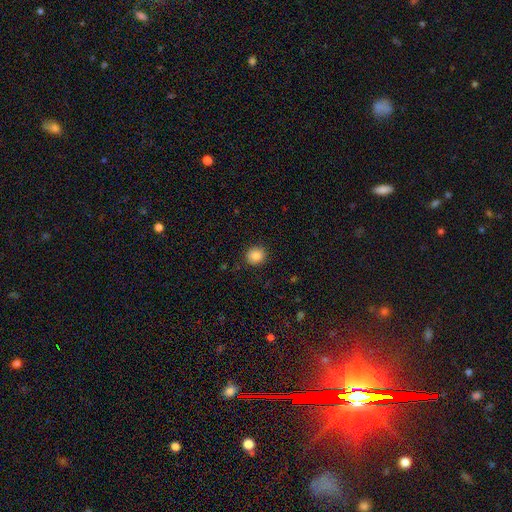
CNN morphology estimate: A smooth galaxy with no disk features (85%) that is round (84%).

Vote fractions:
- Smooth or featured? smooth: 85% / star or artifact: 10% / featured or disk: 5%
- How rounded? round: 84% / in between: 16% / cigar-shaped: 1%
- Merging? none: 90% / minor disturbance: 7% / major disturbance: 2% / merger: 1%